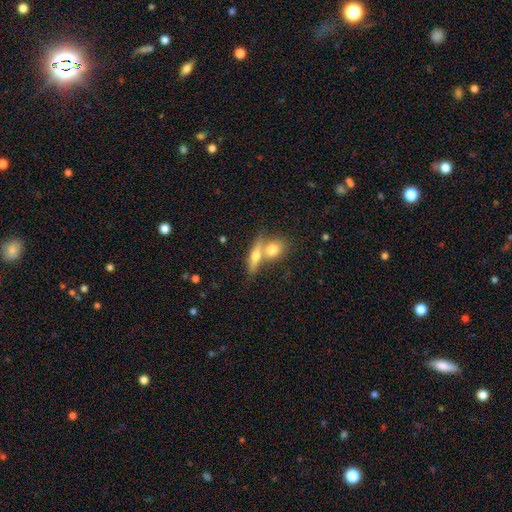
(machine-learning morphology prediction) This appears to be a smooth galaxy with no disk features (54%) that is in between round and cigar-shaped (43%, tied with cigar-shaped). Merging: merger (48%).